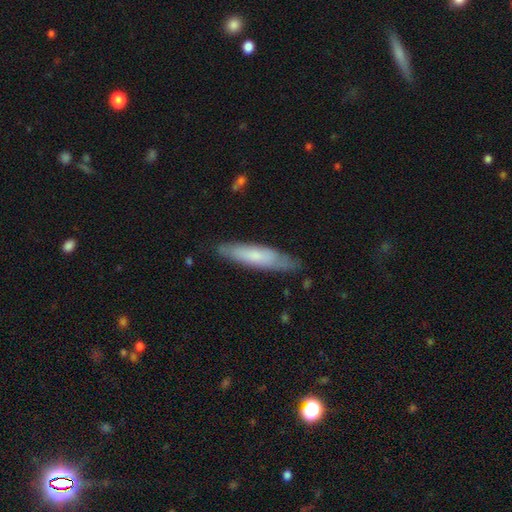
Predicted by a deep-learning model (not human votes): Q: Smooth or featured?
A: smooth (64%); runner-up: featured or disk (30%)
Q: How rounded?
A: cigar-shaped (79%); runner-up: in between (20%)
Q: Merging?
A: none (80%); runner-up: minor disturbance (16%)